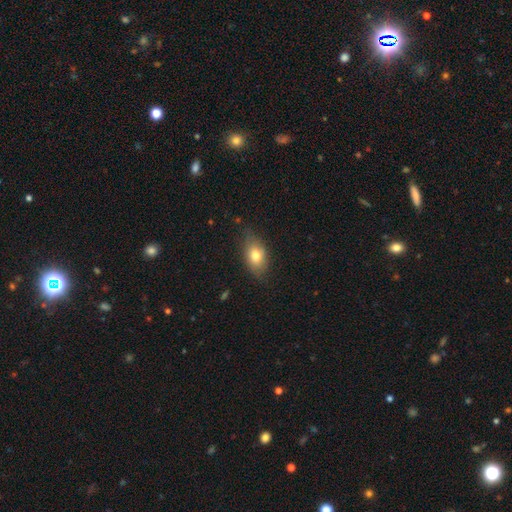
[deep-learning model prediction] Smooth or featured? smooth (75%)
How rounded? in between (84%)
Merging? none (75%)